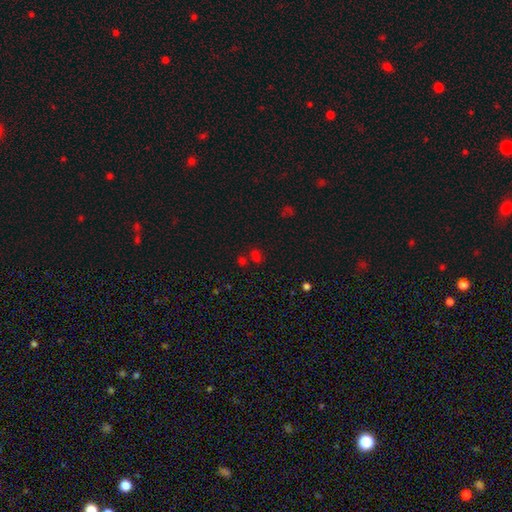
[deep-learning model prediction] Smooth or featured?
  - smooth: 51% *
  - star or artifact: 42%
  - featured or disk: 7%
How rounded?
  - in between: 58% *
  - round: 39%
  - cigar-shaped: 3%
Merging?
  - none: 57% *
  - merger: 25%
  - minor disturbance: 13%
  - major disturbance: 6%